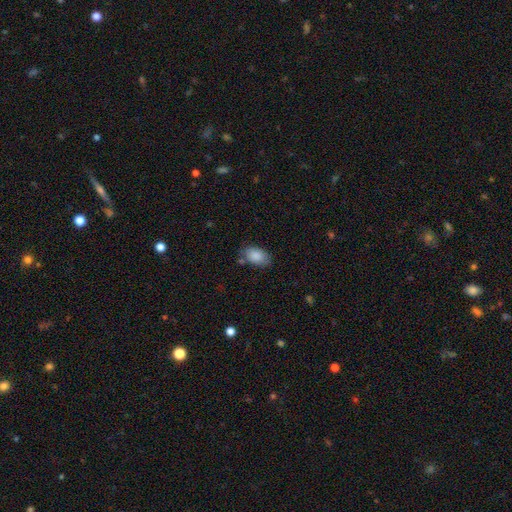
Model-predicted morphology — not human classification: This appears to be a smooth galaxy with no disk features (87%) that is in between round and cigar-shaped (91%). Merging: none (73%).